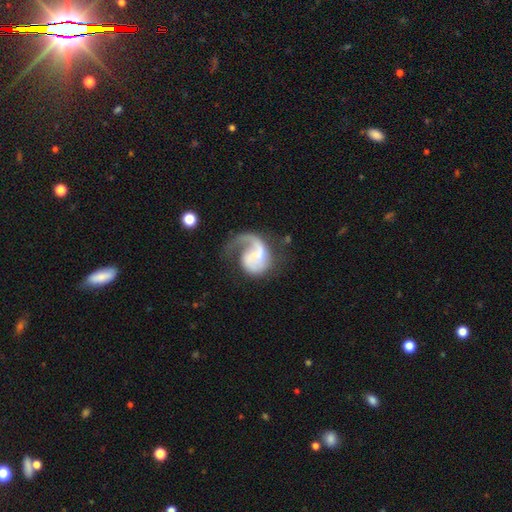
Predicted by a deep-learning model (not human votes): Overall: featured or disk (80%). Edge-on disk: no (98%). Bar: no (48%; weak 42%). Spiral arms: yes (94%). Spiral arm count: 1 (62%; 2 31%). Spiral winding: loose (47%; medium 39%). Bulge size: small (44%; none 29%). Merging: major disturbance (41%; none 38%).